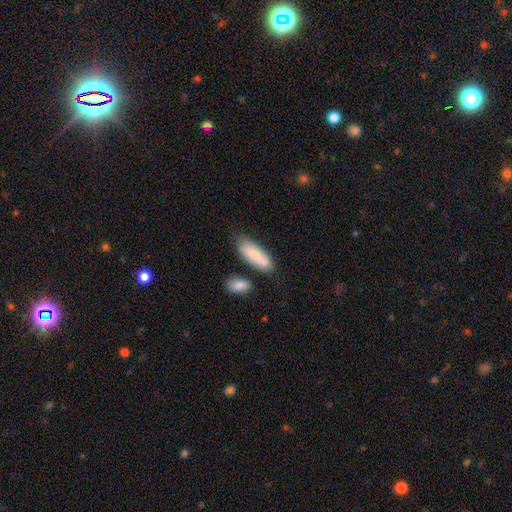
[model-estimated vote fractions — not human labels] Smooth or featured?
  - smooth: 76% *
  - featured or disk: 18%
  - star or artifact: 6%
How rounded?
  - in between: 69% *
  - cigar-shaped: 29%
  - round: 2%
Merging?
  - none: 66% *
  - minor disturbance: 18%
  - merger: 12%
  - major disturbance: 4%